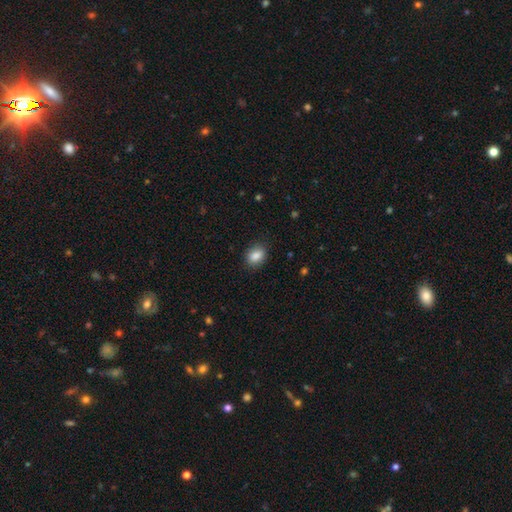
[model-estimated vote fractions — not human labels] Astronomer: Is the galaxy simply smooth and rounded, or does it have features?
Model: smooth — 87%.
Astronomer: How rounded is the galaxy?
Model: in between — 67%.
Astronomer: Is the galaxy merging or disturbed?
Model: none — 86%.